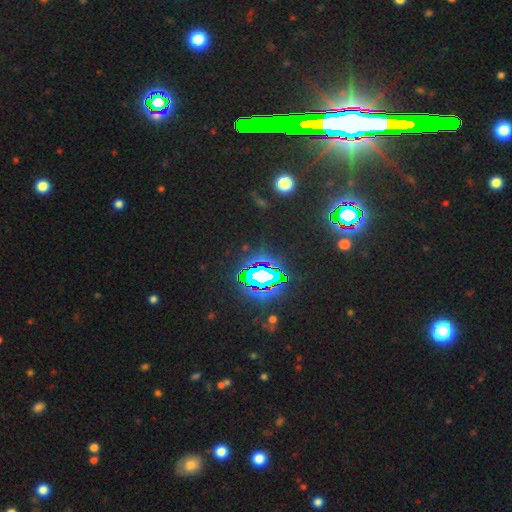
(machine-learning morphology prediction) The model was most divided on "smooth or featured": star or artifact: 84%, featured or disk: 8%, smooth: 7%.